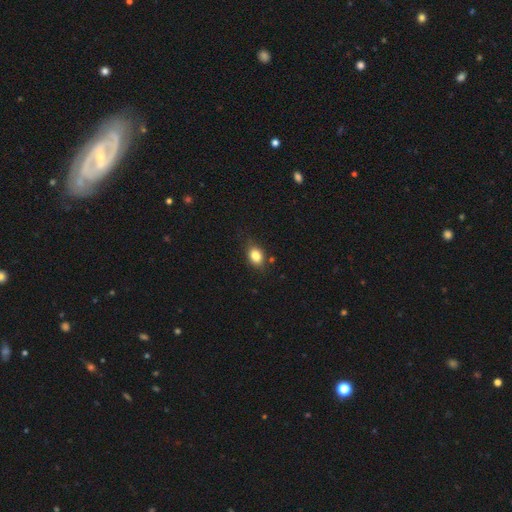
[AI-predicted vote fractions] Smooth or featured: smooth — 82% (star or artifact — 10%)
How rounded: in between — 69% (round — 30%)
Merging: none — 77% (minor disturbance — 17%)